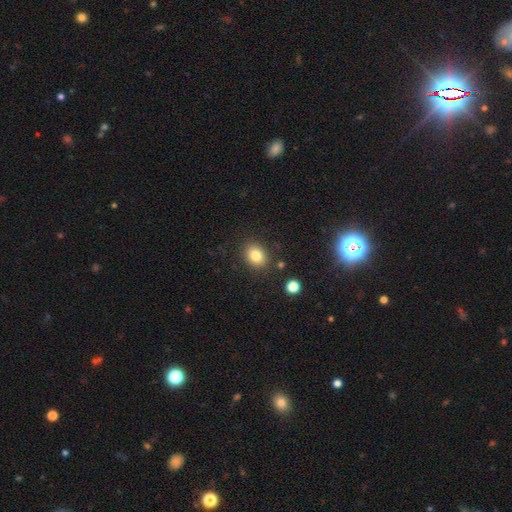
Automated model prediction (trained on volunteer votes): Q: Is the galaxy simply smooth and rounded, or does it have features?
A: smooth — 83%.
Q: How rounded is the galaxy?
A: in between — 54%.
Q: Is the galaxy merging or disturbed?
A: none — 85%.